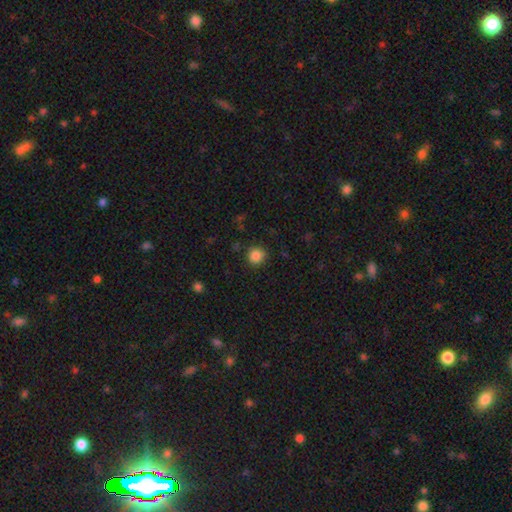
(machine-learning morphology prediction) This is clearly a smooth galaxy (85%). How rounded: clearly round (89%). Merging: clearly none (87%).